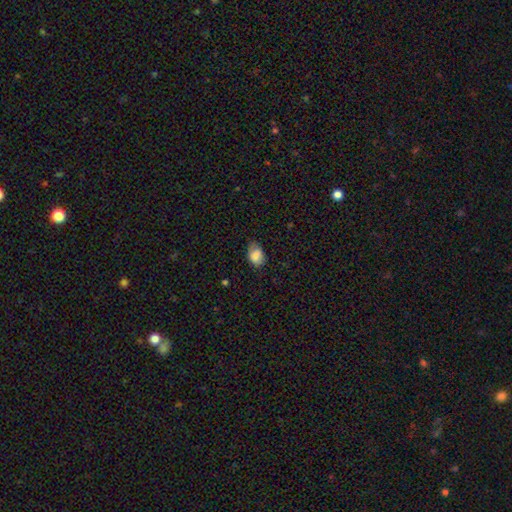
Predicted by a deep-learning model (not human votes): This appears to be a smooth galaxy with no disk features (85%) that is in between round and cigar-shaped (79%). Merging: none (64%).